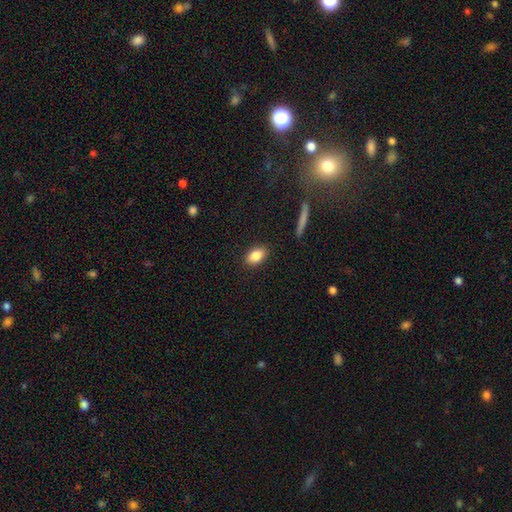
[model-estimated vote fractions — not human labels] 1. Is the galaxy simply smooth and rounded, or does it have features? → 85% smooth, 8% star or artifact, 7% featured or disk.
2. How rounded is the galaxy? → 86% in between, 12% round, 3% cigar-shaped.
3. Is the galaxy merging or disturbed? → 87% none, 9% minor disturbance, 2% major disturbance, 1% merger.